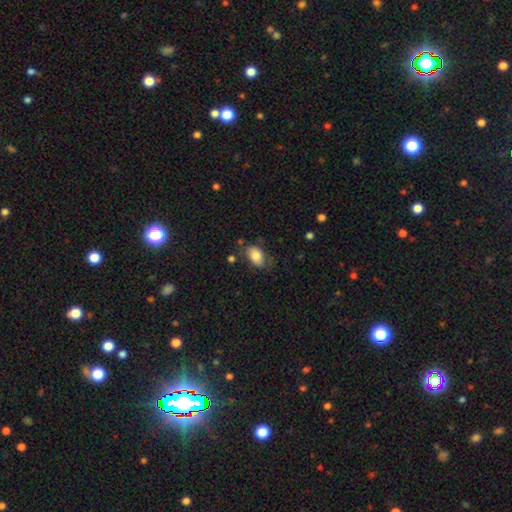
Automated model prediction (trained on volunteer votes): smooth_or_featured: smooth (p=0.80) [alt: featured or disk p=0.13]
how_rounded: in between (p=0.87) [alt: round p=0.11]
merging: none (p=0.63) [alt: minor disturbance p=0.24]